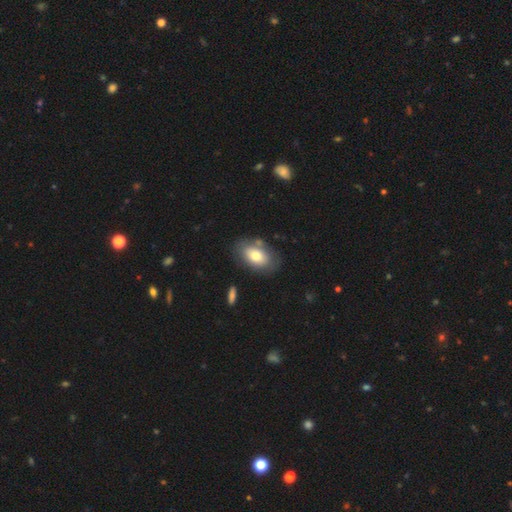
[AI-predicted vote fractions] The model was most divided on "smooth or featured": smooth: 75%, featured or disk: 18%, star or artifact: 7%. More confident: how rounded — in between (90%); merging — none (73%).